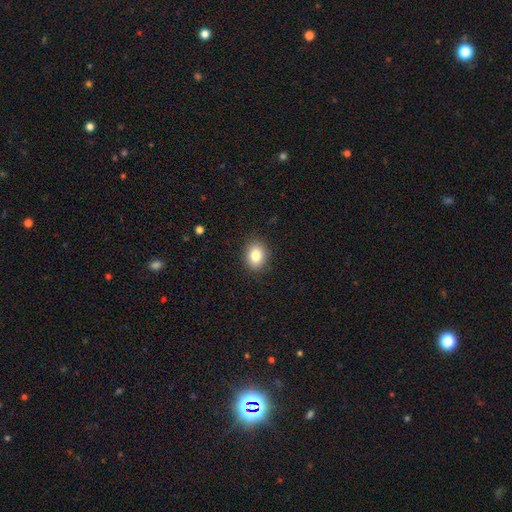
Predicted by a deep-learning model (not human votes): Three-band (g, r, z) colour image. It shows a smooth galaxy with no disk features (83%) that is in between round and cigar-shaped (51%). Merging: none (88%).